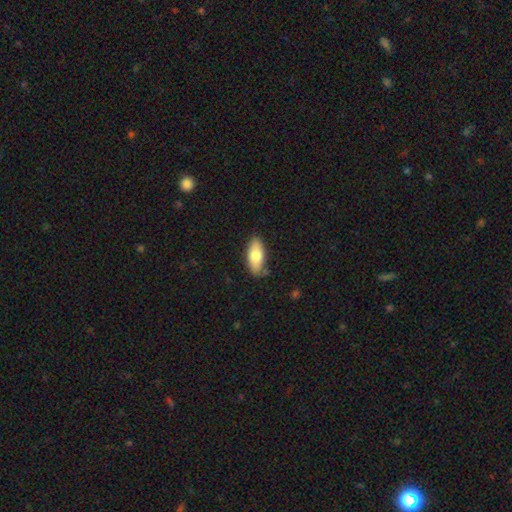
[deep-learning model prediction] Overall: smooth (75%). How rounded: in between (83%). Merging: none (82%).